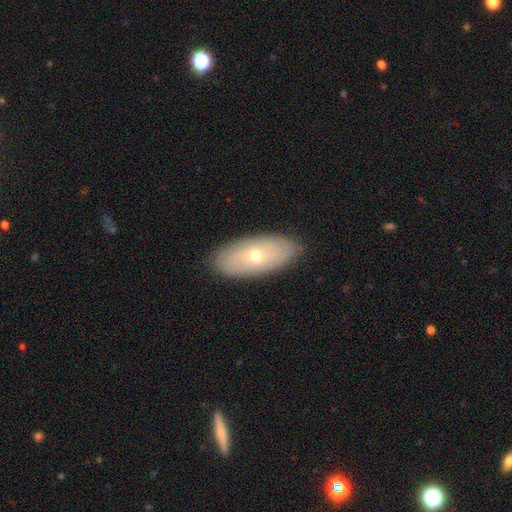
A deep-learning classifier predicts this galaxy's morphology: smooth 49%, featured or disk 43%, star or artifact 7%. Down the decision tree: merging — none (87%).